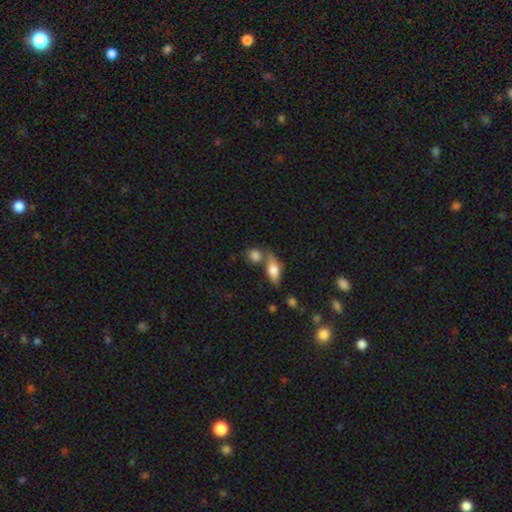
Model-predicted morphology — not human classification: A smooth galaxy with no disk features (81%) that is round (57%).

Vote fractions:
- Smooth or featured? smooth: 81% / featured or disk: 10% / star or artifact: 9%
- How rounded? round: 57% / in between: 37% / cigar-shaped: 5%
- Merging? none: 49% / merger: 35% / minor disturbance: 11% / major disturbance: 5%